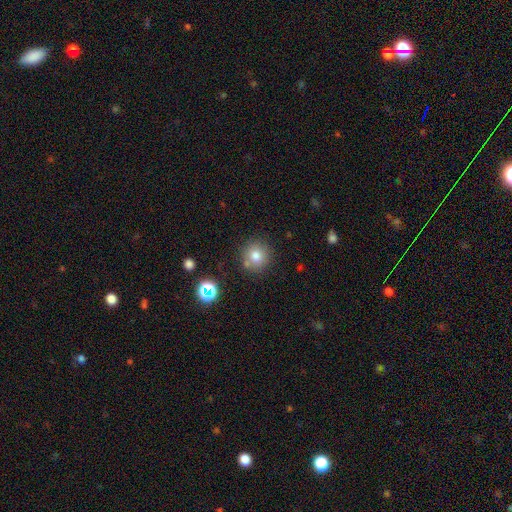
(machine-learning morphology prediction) Smooth or featured? Predicted: smooth (p=0.77). How rounded? Predicted: round (p=0.92). Merging? Predicted: none (p=0.78).